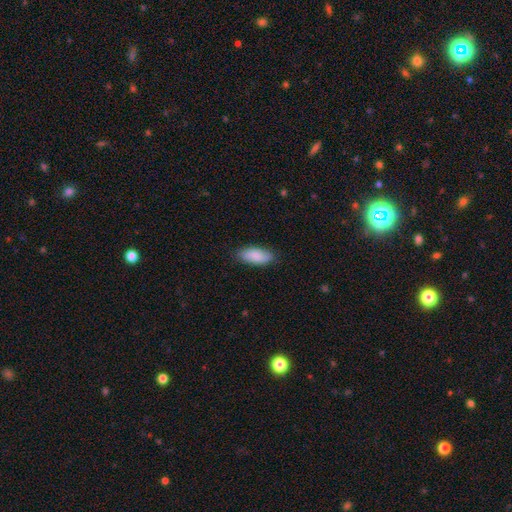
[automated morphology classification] Smooth or featured? smooth (88%)
How rounded? in between (84%)
Merging? none (83%)